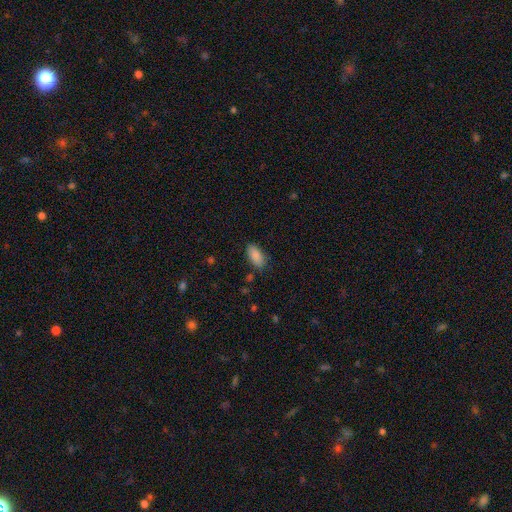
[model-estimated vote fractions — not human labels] Smooth or featured? Predicted: smooth (p=0.88). How rounded? Predicted: in between (p=0.90). Merging? Predicted: none (p=0.84).